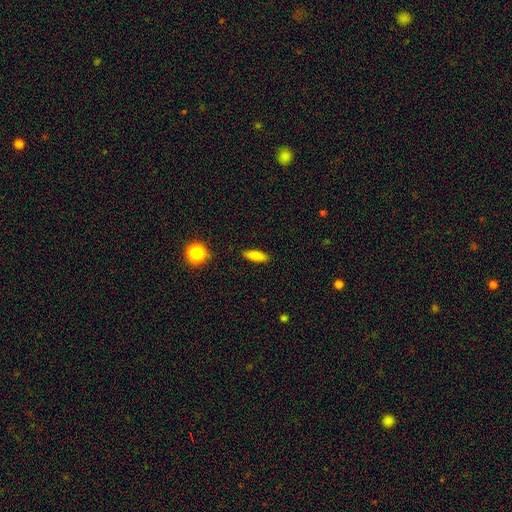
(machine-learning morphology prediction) smooth_or_featured: smooth (p=0.79) [alt: featured or disk p=0.12]
how_rounded: in between (p=0.52) [alt: cigar-shaped p=0.45]
merging: none (p=0.88) [alt: minor disturbance p=0.09]